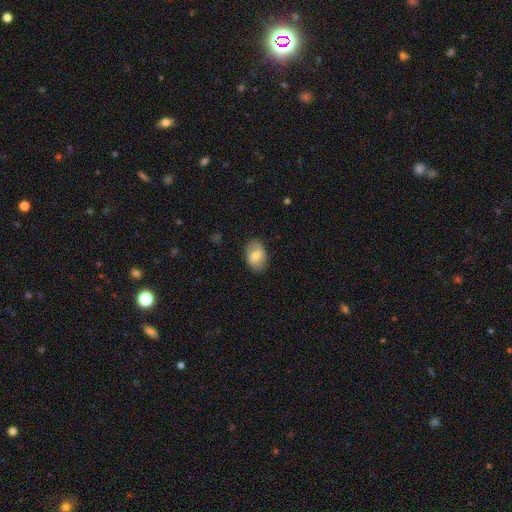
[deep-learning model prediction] Overall: smooth (66%; featured or disk 27%). How rounded: in between (85%). Merging: none (82%).